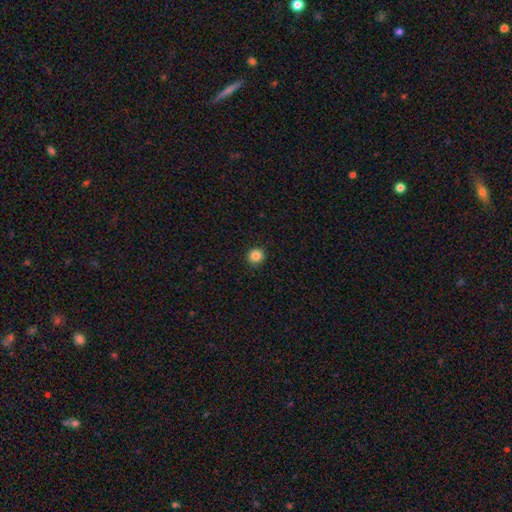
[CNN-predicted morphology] smooth-or-featured: smooth: 86% | star or artifact: 10% | featured or disk: 4%
  how-rounded: round: 94% | in between: 5% | cigar-shaped: 1%
  merging: none: 91% | minor disturbance: 6% | major disturbance: 2% | merger: 1%